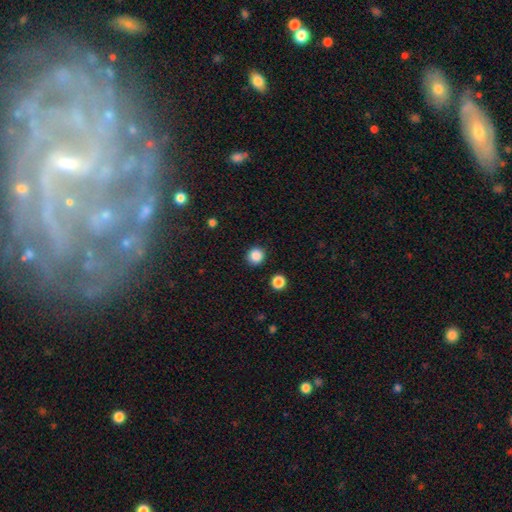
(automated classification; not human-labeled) The model was most divided on "smooth or featured": smooth: 87%, star or artifact: 10%, featured or disk: 3%. More confident: how rounded — round (94%); merging — none (91%).